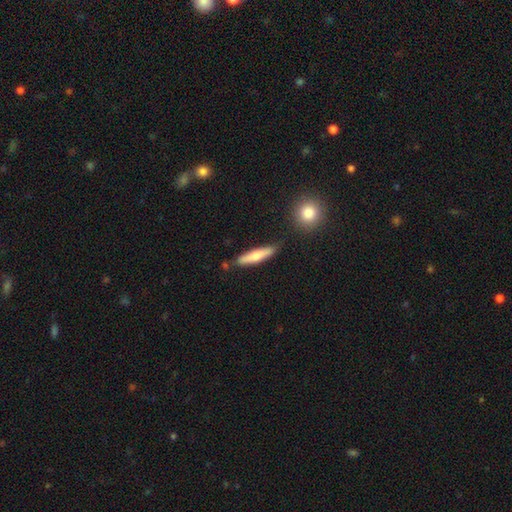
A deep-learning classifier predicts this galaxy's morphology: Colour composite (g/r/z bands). It shows a smooth galaxy with no disk features (67%) that is cigar-shaped (81%). Merging: none (79%).